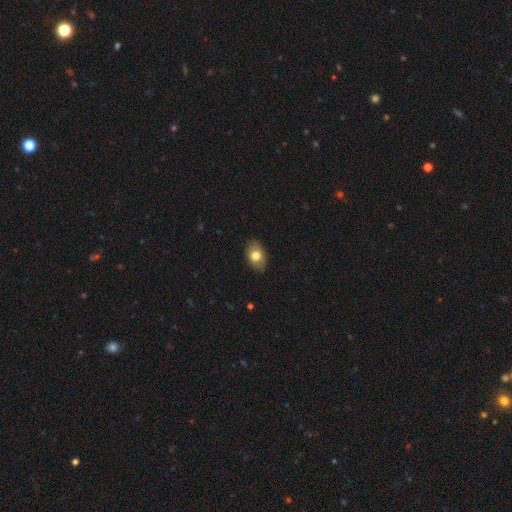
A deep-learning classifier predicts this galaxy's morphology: This appears to be a smooth galaxy with no disk features (77%) that is in between round and cigar-shaped (86%). Merging: none (85%).